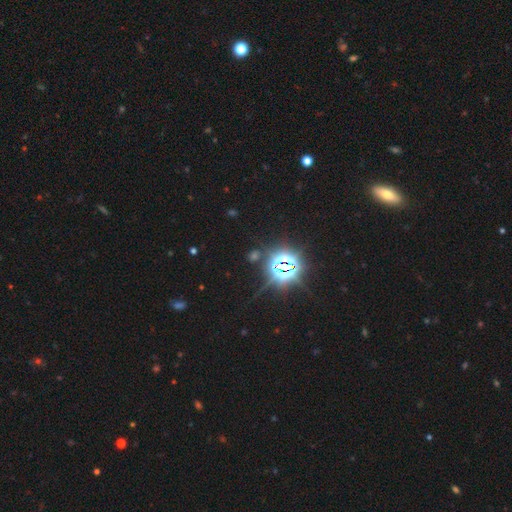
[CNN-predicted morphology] Overall: star or artifact (81%).